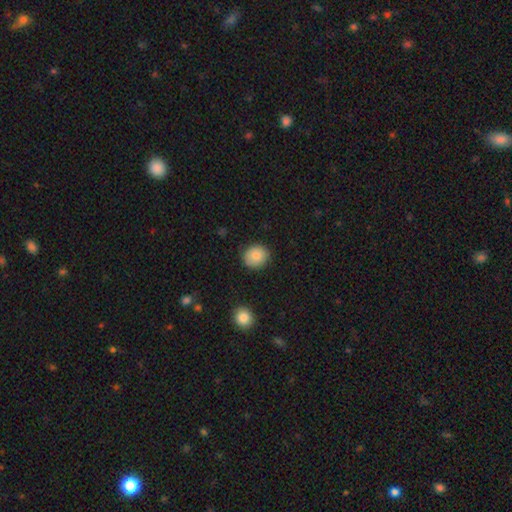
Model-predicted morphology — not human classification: A smooth galaxy with no disk features (86%) that is round (83%).

Vote fractions:
- Smooth or featured? smooth: 86% / star or artifact: 8% / featured or disk: 6%
- How rounded? round: 83% / in between: 16% / cigar-shaped: 1%
- Merging? none: 87% / minor disturbance: 9% / major disturbance: 2% / merger: 1%